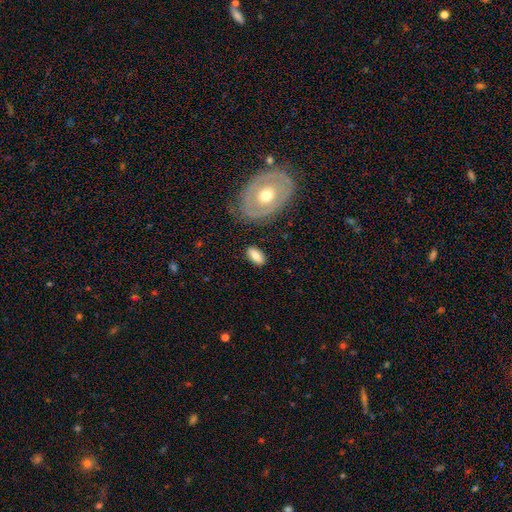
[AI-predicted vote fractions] Smooth or featured: smooth — 77% (featured or disk — 16%)
How rounded: in between — 90% (cigar-shaped — 6%)
Merging: none — 81% (minor disturbance — 13%)